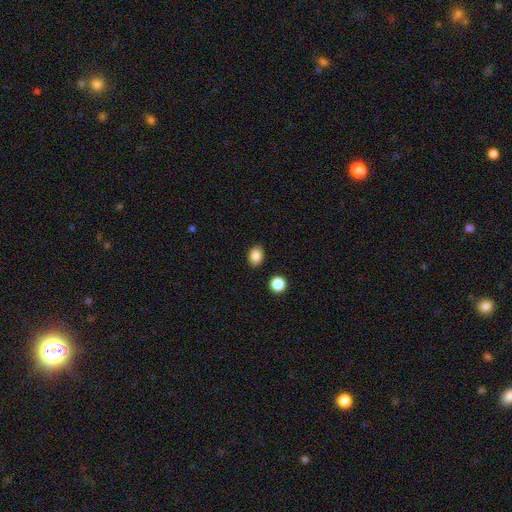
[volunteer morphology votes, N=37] type=smooth (92%); roundness=in between (59%); merging=none (89%).